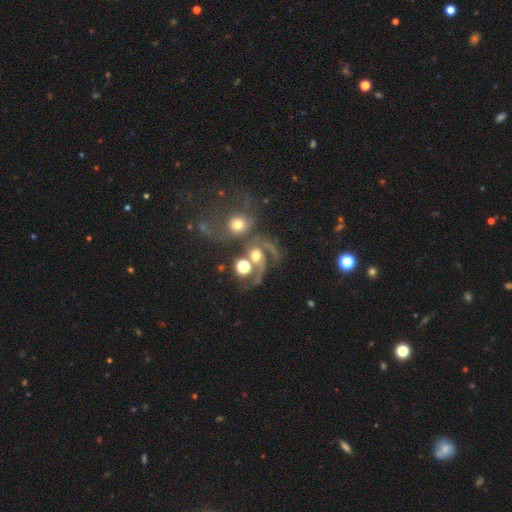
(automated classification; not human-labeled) Smooth or featured?
  - featured or disk: 58% *
  - smooth: 27%
  - star or artifact: 15%
Edge-on disk?
  - no: 97% *
  - yes: 3%
Bar?
  - no: 72% *
  - weak: 20%
  - strong: 8%
Spiral arms?
  - yes: 79% *
  - no: 21%
Bulge size?
  - moderate: 50% *
  - large: 23%
  - small: 16%
  - none: 6%
  - dominant: 5%
Merging?
  - merger: 38% *
  - none: 30%
  - major disturbance: 21%
  - minor disturbance: 12%